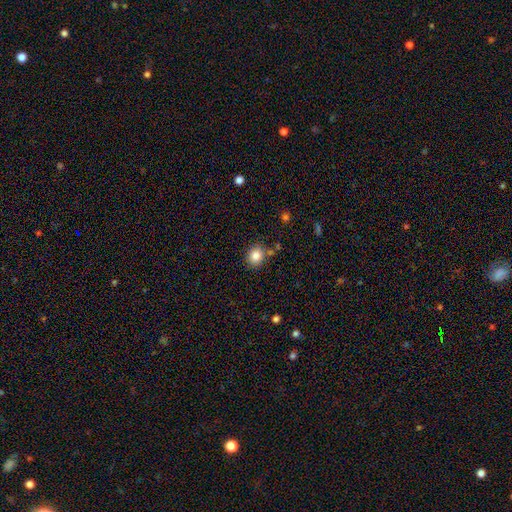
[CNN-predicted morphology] smooth 84%, star or artifact 10%, featured or disk 6%. Down the decision tree: how rounded — round (76%); merging — none (82%).